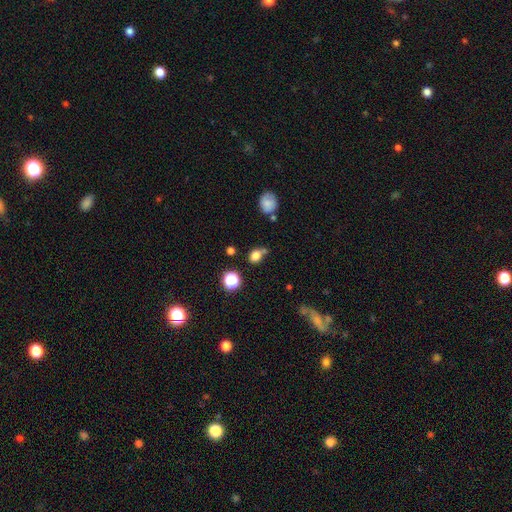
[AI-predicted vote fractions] Smooth or featured? Predicted: smooth (p=0.77). How rounded? Predicted: round (p=0.54). Merging? Predicted: none (p=0.55).